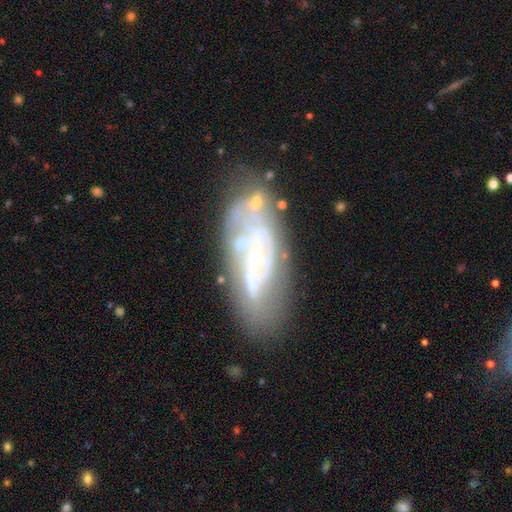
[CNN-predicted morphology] Smooth or featured? featured or disk (76%)
Edge-on disk? no (90%)
Bar? no (61%)
Spiral arms? yes (71%)
Bulge size? small (73%)
Merging? none (64%)